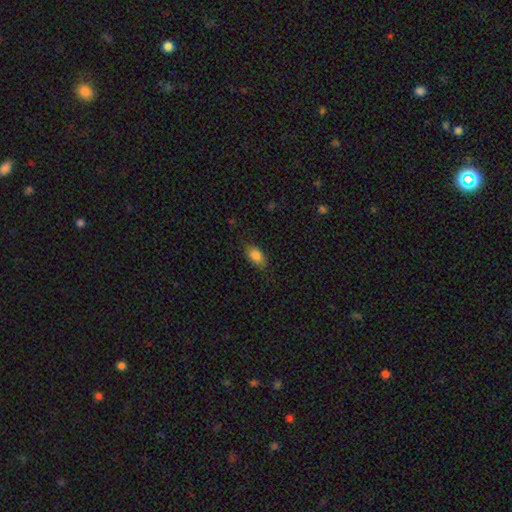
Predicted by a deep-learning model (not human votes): smooth-or-featured: smooth: 86% | star or artifact: 8% | featured or disk: 7%
  how-rounded: in between: 91% | round: 5% | cigar-shaped: 4%
  merging: none: 83% | minor disturbance: 13% | major disturbance: 3% | merger: 1%